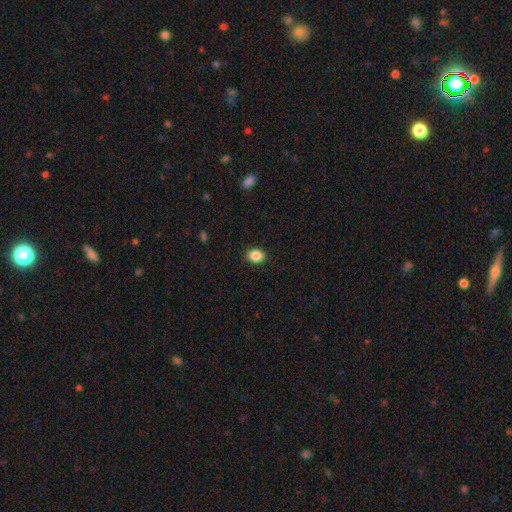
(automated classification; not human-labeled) The model was most divided on "how rounded": in between: 65%, round: 34%, cigar-shaped: 1%. More confident: merging — none (89%); smooth or featured — smooth (88%).